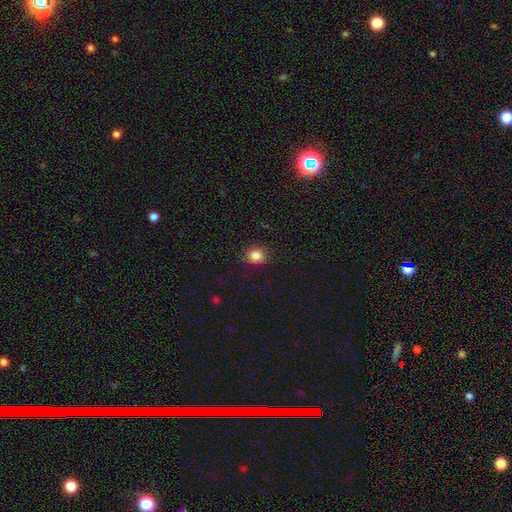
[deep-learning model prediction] Smooth or featured? smooth (84%)
How rounded? round (82%)
Merging? none (91%)